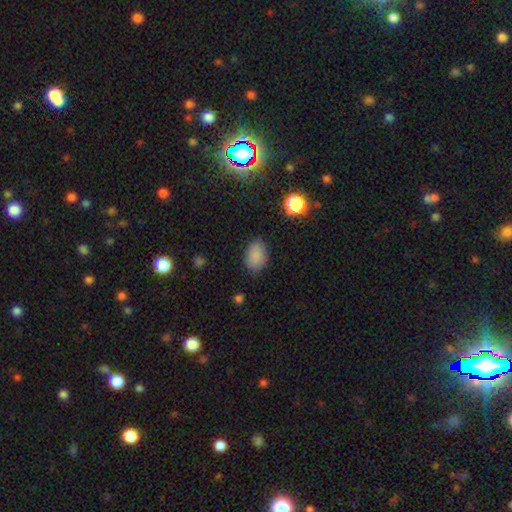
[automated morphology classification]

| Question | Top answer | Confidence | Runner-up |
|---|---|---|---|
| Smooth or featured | smooth | 85% | star or artifact (11%) |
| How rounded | in between | 85% | round (14%) |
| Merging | none | 83% | minor disturbance (12%) |